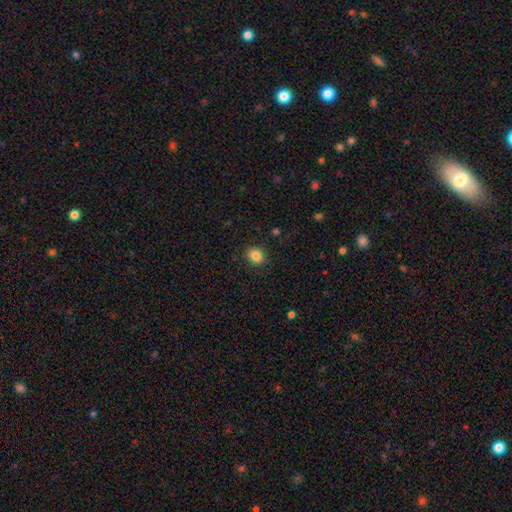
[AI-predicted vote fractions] Smooth or featured?
  - smooth: 85% *
  - star or artifact: 10%
  - featured or disk: 5%
How rounded?
  - round: 58% *
  - in between: 41%
  - cigar-shaped: 1%
Merging?
  - none: 89% *
  - minor disturbance: 8%
  - major disturbance: 2%
  - merger: 1%